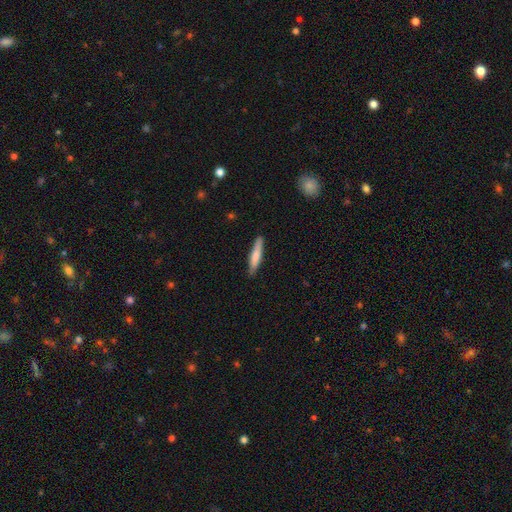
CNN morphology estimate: Smooth or featured: smooth — 73% (featured or disk — 22%)
How rounded: cigar-shaped — 89% (in between — 10%)
Merging: none — 87% (minor disturbance — 10%)